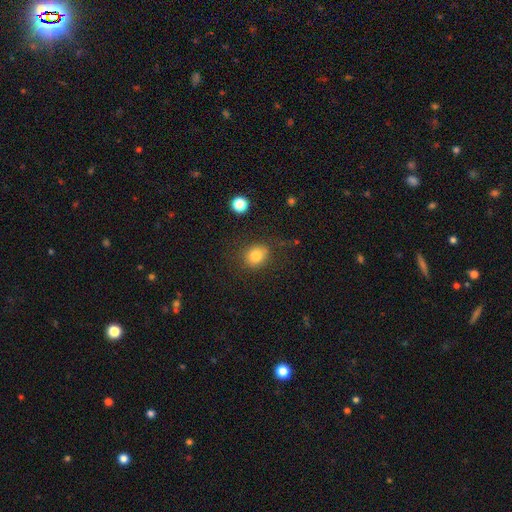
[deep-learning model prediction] A smooth galaxy with no disk features (81%) that is round (63%). Merging: none (77%).